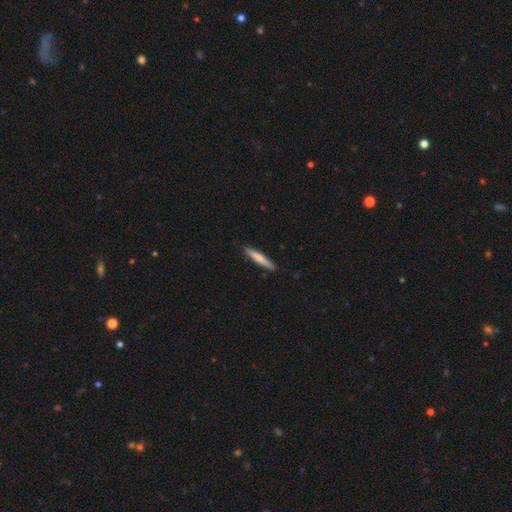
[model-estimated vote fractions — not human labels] Smooth or featured? smooth (67%)
How rounded? cigar-shaped (94%)
Merging? none (90%)